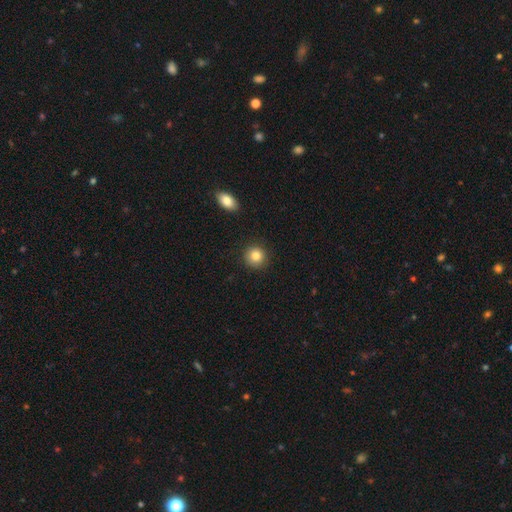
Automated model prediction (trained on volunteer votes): This appears to be a smooth galaxy with no disk features (84%) that is round (91%). Merging: none (89%).